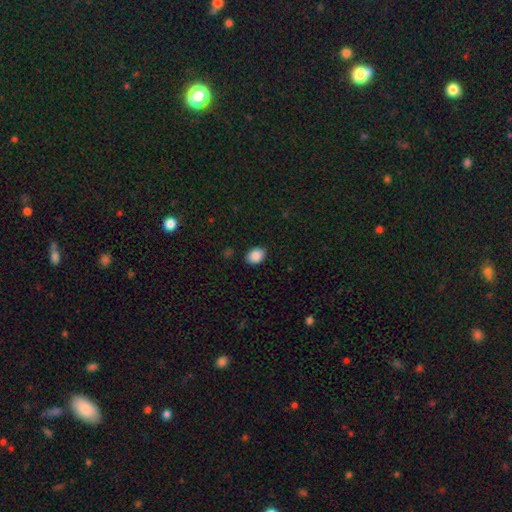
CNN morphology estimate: Q: Smooth or featured?
A: smooth (88%); runner-up: star or artifact (8%)
Q: How rounded?
A: in between (71%); runner-up: round (28%)
Q: Merging?
A: none (88%); runner-up: minor disturbance (9%)